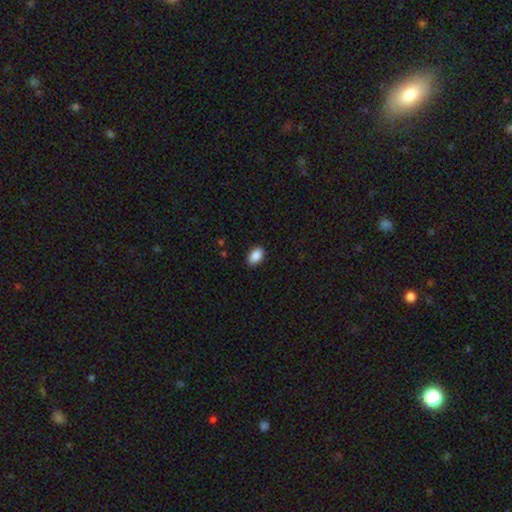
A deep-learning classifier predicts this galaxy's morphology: This appears to be a smooth galaxy with no disk features (89%) that is in between round and cigar-shaped (91%). Merging: none (87%).